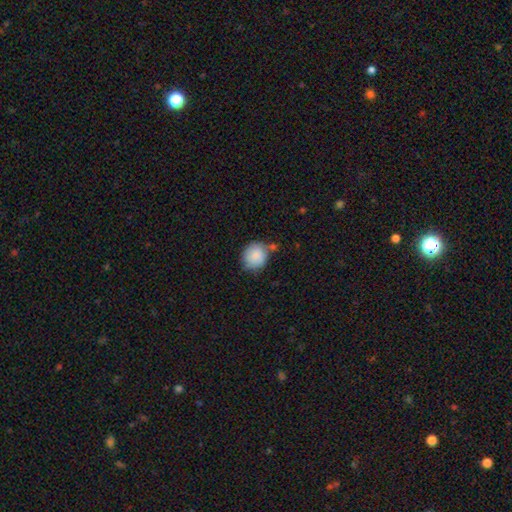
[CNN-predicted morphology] The model was most divided on "merging": none: 62%, minor disturbance: 22%, merger: 10%, major disturbance: 5%. More confident: smooth or featured — smooth (85%); how rounded — round (77%).